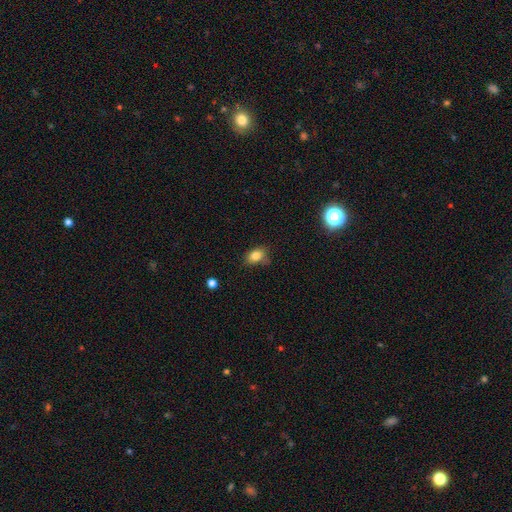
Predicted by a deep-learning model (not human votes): Smooth or featured?
  - smooth: 82% *
  - star or artifact: 10%
  - featured or disk: 7%
How rounded?
  - in between: 76% *
  - round: 22%
  - cigar-shaped: 2%
Merging?
  - none: 69% *
  - minor disturbance: 24%
  - major disturbance: 5%
  - merger: 3%